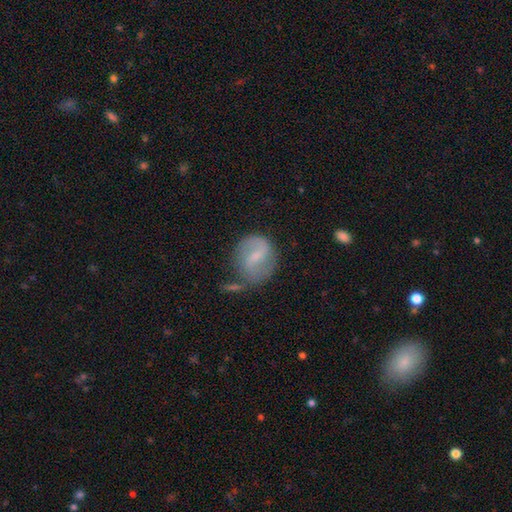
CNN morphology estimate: The model was most divided on "spiral winding": medium: 43%, loose: 39%, tight: 18%. More confident: edge-on disk — no (97%); spiral arms — yes (83%); spiral arm count — 2 (78%); smooth or featured — featured or disk (63%); merging — none (56%); bulge size — small (55%); bar — weak (53%).